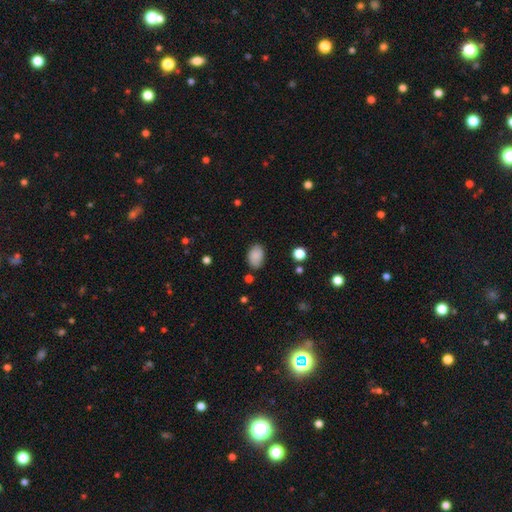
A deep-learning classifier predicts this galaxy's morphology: Q: Smooth or featured?
A: smooth (88%); runner-up: star or artifact (8%)
Q: How rounded?
A: in between (87%); runner-up: round (12%)
Q: Merging?
A: none (80%); runner-up: minor disturbance (14%)